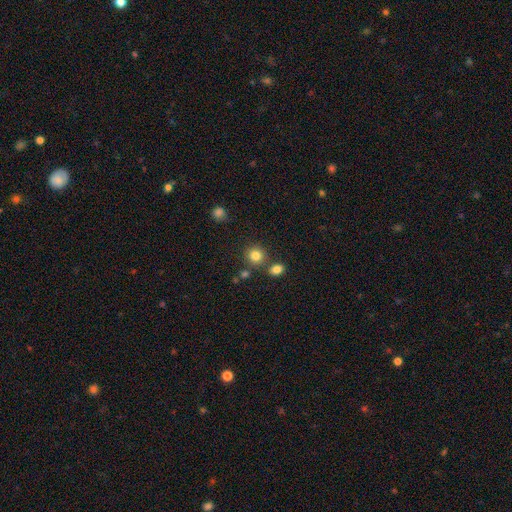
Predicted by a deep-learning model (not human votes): Smooth or featured: smooth — 82% (star or artifact — 12%)
How rounded: round — 87% (in between — 12%)
Merging: none — 76% (merger — 12%)